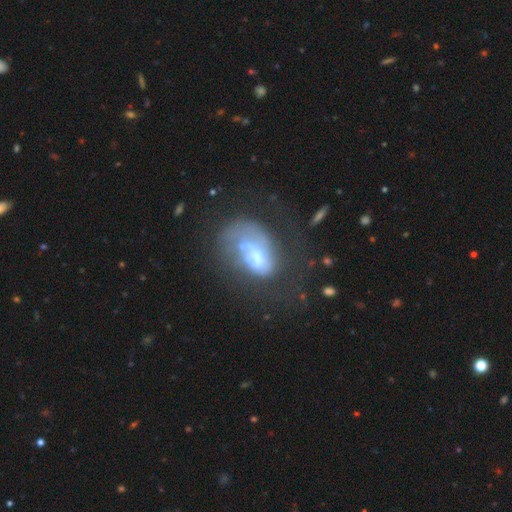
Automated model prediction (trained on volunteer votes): Overall: featured or disk (59%; smooth 31%). Edge-on disk: no (97%). Bar: no (66%; weak 27%). Spiral arms: no (53%; yes 47%). Bulge size: moderate (38%; small 24%). Merging: major disturbance (44%; none 26%).